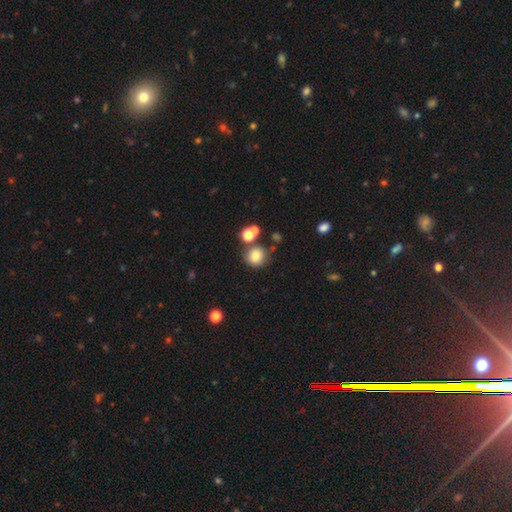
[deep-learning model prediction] Smooth or featured? Predicted: smooth (p=0.78). How rounded? Predicted: round (p=0.90). Merging? Predicted: none (p=0.71).